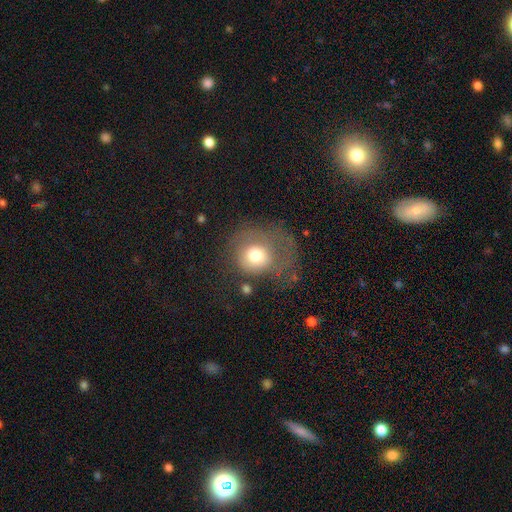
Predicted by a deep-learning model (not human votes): Morphology: type=smooth (69%); roundness=round (75%); merging=major disturbance (44%).